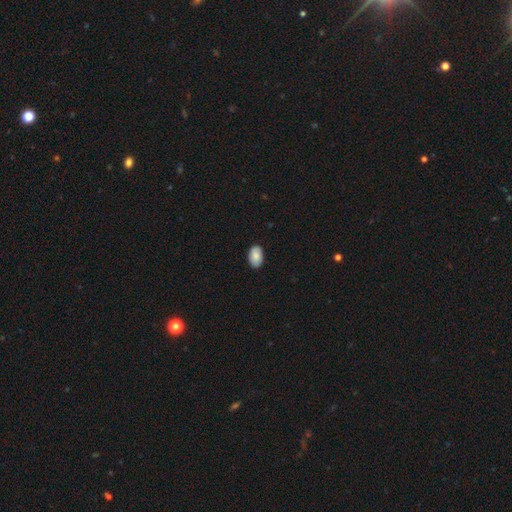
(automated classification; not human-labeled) Q: Smooth or featured?
A: smooth (86%); runner-up: featured or disk (7%)
Q: How rounded?
A: in between (92%); runner-up: round (7%)
Q: Merging?
A: none (87%); runner-up: minor disturbance (11%)